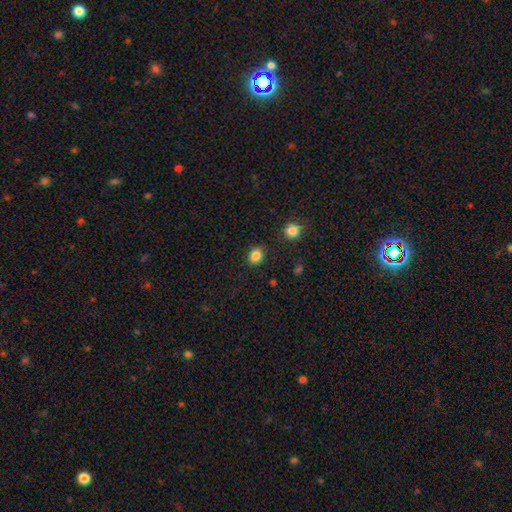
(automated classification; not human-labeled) smooth_or_featured: smooth (p=0.85) [alt: star or artifact p=0.11]
how_rounded: in between (p=0.50) [alt: round p=0.49]
merging: none (p=0.86) [alt: minor disturbance p=0.09]